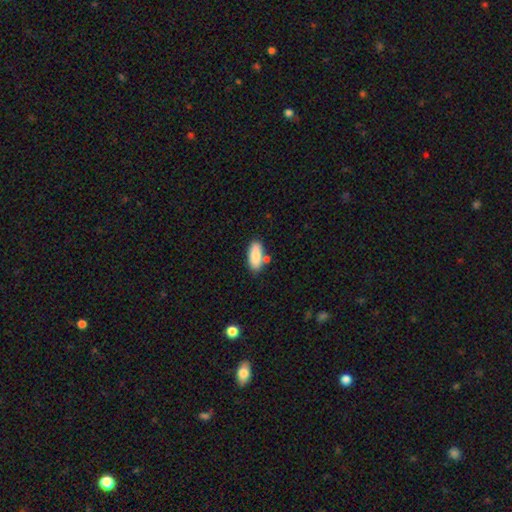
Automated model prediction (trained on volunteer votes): Morphology: type=smooth (86%); roundness=in between (80%); merging=none (73%).